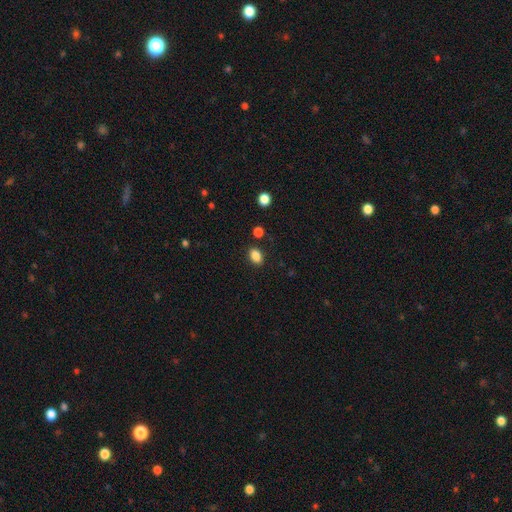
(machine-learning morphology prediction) Smooth or featured: smooth — 86% (star or artifact — 10%)
How rounded: in between — 80% (round — 19%)
Merging: none — 85% (minor disturbance — 9%)